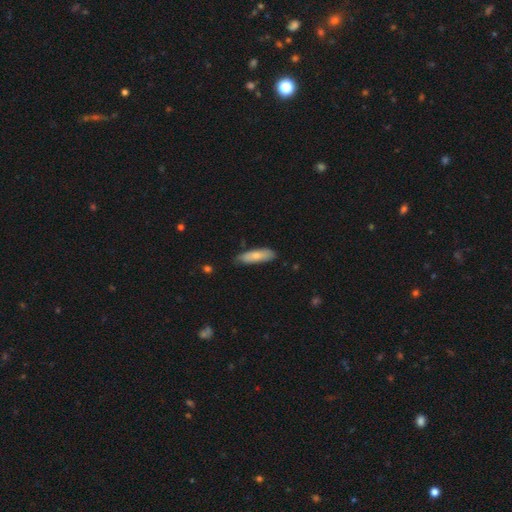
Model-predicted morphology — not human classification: Smooth or featured? Predicted: smooth (p=0.75). How rounded? Predicted: cigar-shaped (p=0.57). Merging? Predicted: none (p=0.76).